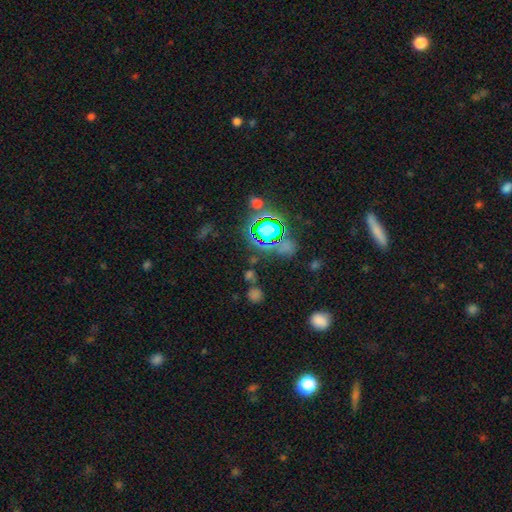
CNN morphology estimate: The model was most divided on "smooth or featured": star or artifact: 74%, smooth: 17%, featured or disk: 9%.